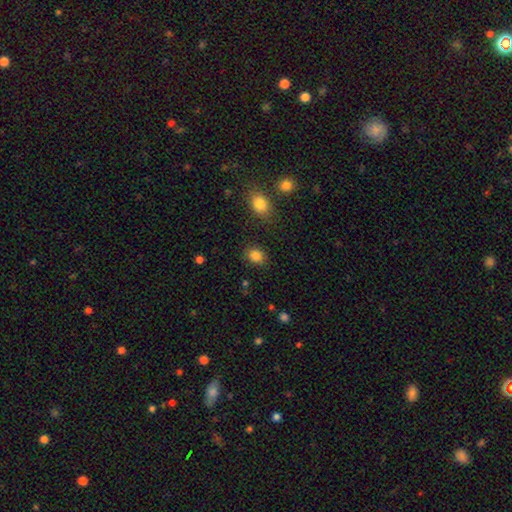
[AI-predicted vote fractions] This appears to be a smooth galaxy with no disk features (85%) that is round (51%). Merging: none (85%).